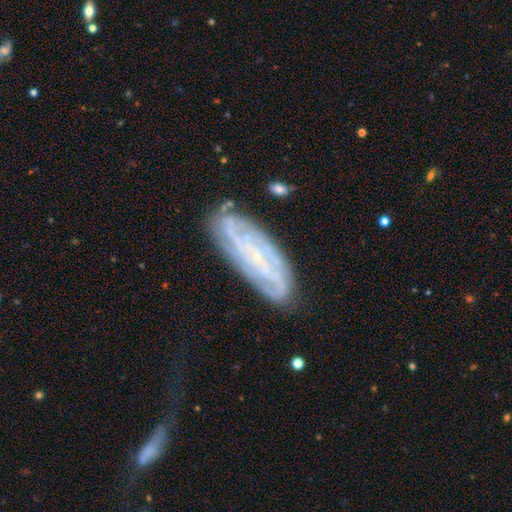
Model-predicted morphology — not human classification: This is likely a featured or disk galaxy (78%). It is clearly not viewed edge-on (86%). Bar: possibly no (54%). Spiral arm pattern: clearly yes (93%). Spiral arm count: marginally can't tell (40%). Spiral winding: likely tight (66%). Central bulge: clearly small (83%). Merging: likely none (76%).